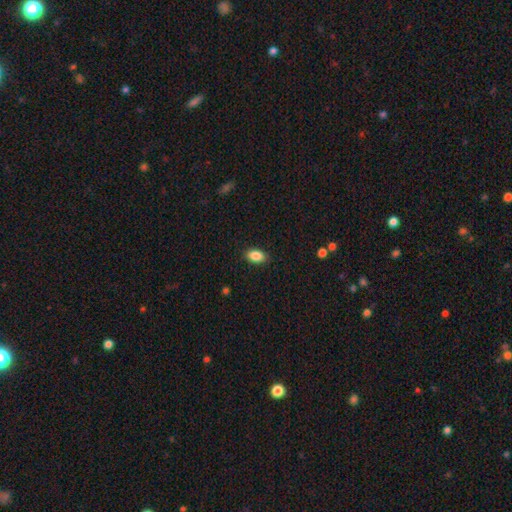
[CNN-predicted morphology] smooth 87%, star or artifact 8%, featured or disk 5%. Down the decision tree: how rounded — in between (90%); merging — none (87%).